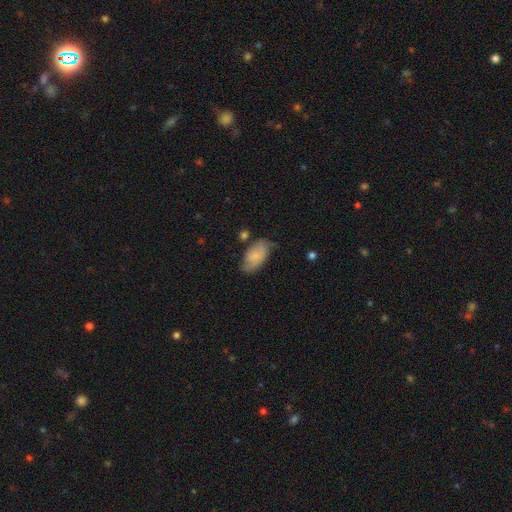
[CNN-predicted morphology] Q: Smooth or featured?
A: smooth (68%); runner-up: featured or disk (25%)
Q: How rounded?
A: in between (93%); runner-up: round (4%)
Q: Merging?
A: none (60%); runner-up: minor disturbance (28%)